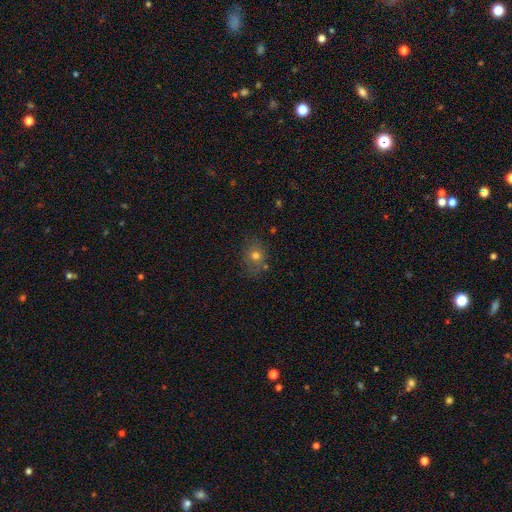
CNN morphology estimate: type=smooth (72%); roundness=round (61%); merging=none (72%).